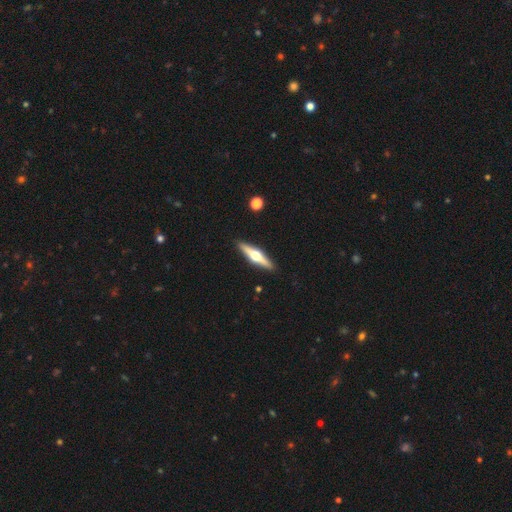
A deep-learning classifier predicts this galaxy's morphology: featured or disk 69%, smooth 26%, star or artifact 5%. Down the decision tree: edge-on disk — yes (97%); edge-on bulge — rounded (96%); merging — none (91%).